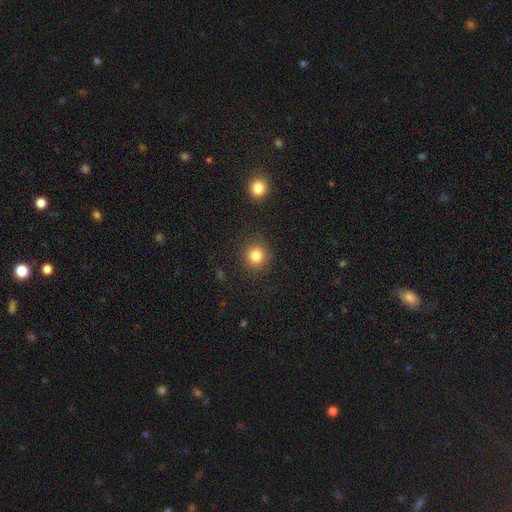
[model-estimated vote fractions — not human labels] This appears to be a smooth galaxy with no disk features (83%) that is round (91%). Merging: none (87%).